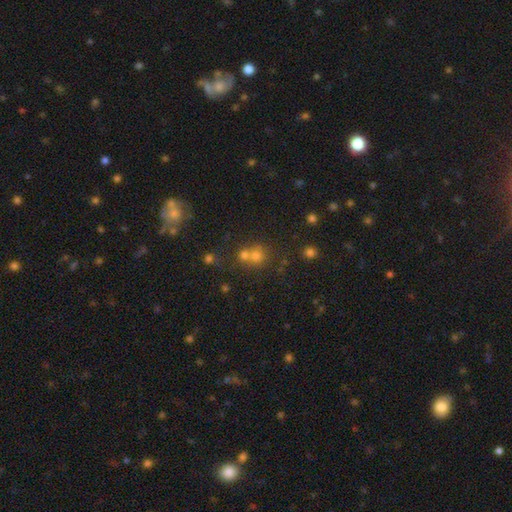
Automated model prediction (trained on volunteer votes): Overall: smooth (61%; star or artifact 25%). How rounded: round (84%). Merging: none (46%; merger 44%).